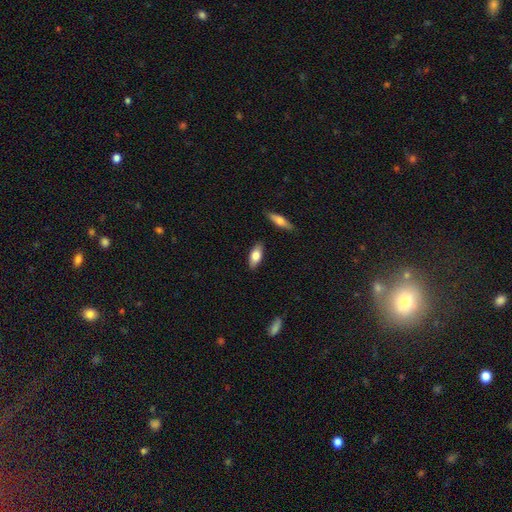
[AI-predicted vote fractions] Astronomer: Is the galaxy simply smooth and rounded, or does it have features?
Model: smooth — 74%.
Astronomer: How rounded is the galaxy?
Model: in between — 82%.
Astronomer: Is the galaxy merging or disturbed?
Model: none — 85%.